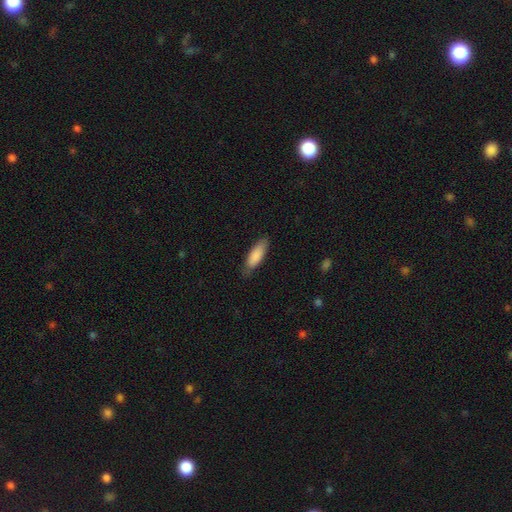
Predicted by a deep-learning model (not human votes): Smooth or featured? Predicted: smooth (p=0.87). How rounded? Predicted: in between (p=0.57). Merging? Predicted: none (p=0.78).